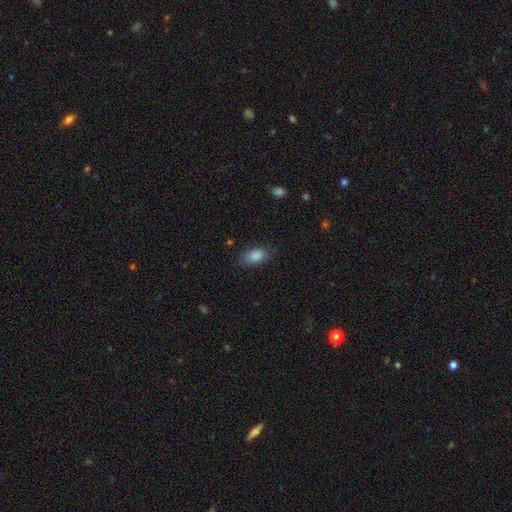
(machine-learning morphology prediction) Overall: smooth (88%). How rounded: in between (90%). Merging: none (80%).